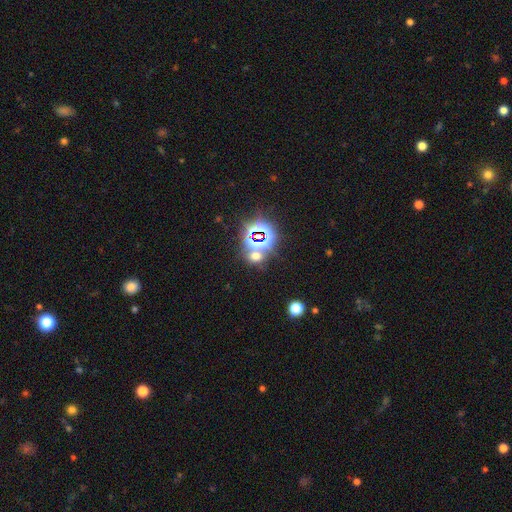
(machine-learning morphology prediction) A star or artifact, not a galaxy (53%).